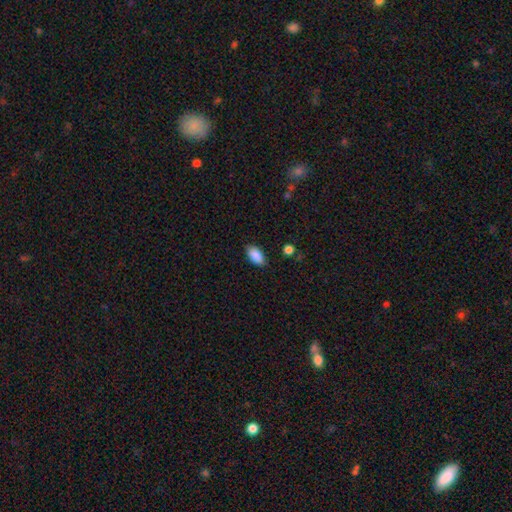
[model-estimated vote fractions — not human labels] This is clearly a smooth galaxy (89%). How rounded: clearly in between (93%). Merging: clearly none (84%).